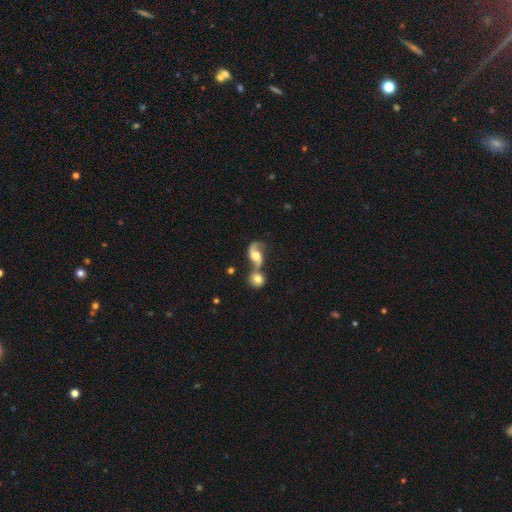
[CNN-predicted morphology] Smooth or featured? featured or disk (75%)
Edge-on disk? no (96%)
Bar? no (53%)
Spiral arms? yes (92%)
Spiral winding? loose (64%)
Spiral arm count? 2 (87%)
Bulge size? moderate (60%)
Merging? merger (54%)